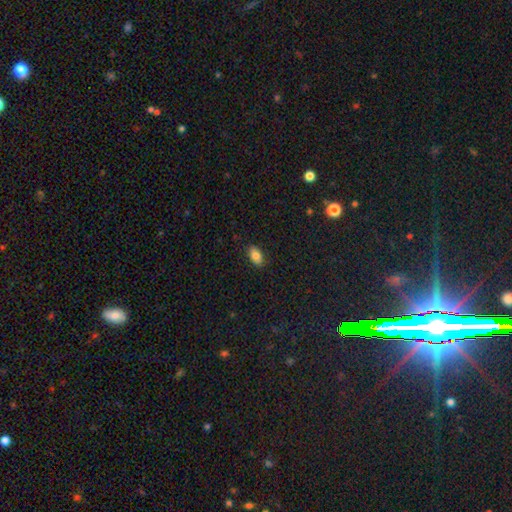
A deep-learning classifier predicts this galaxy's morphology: Overall: smooth (85%). How rounded: in between (92%). Merging: none (87%).